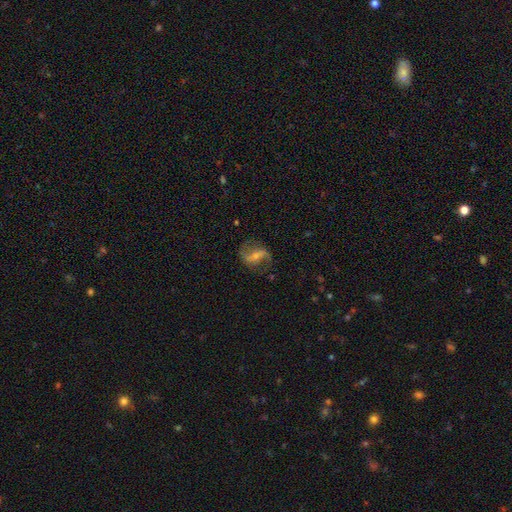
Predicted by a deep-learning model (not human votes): Morphology: type=featured or disk (78%); edge-on=no (96%); bar=strong (40%, tied with weak); spiral arms=yes (91%); winding=loose (64%); arm count=2 (89%); bulge=small (53%); merging=none (71%).